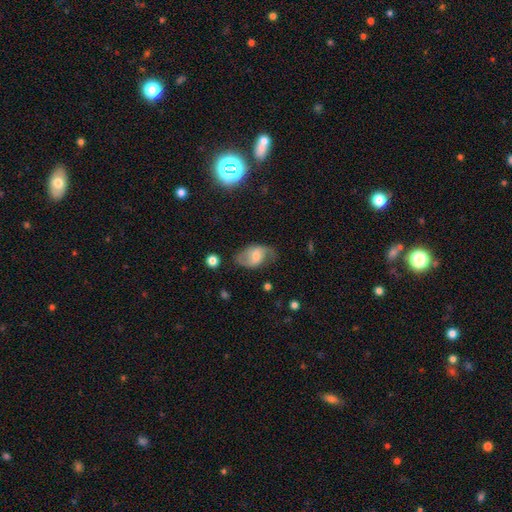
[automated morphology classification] Smooth or featured? featured or disk (51%)
Edge-on disk? no (95%)
Merging? none (62%)